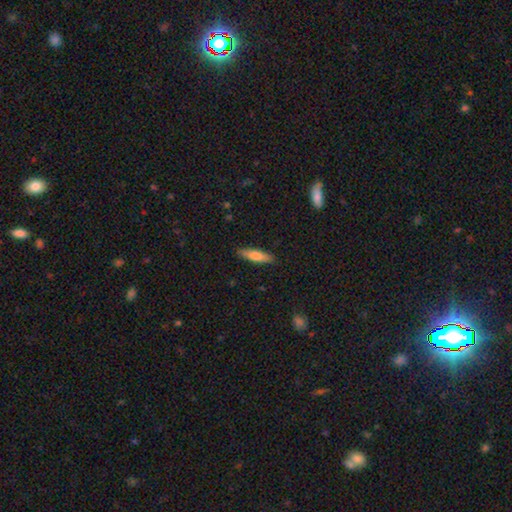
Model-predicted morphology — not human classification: Smooth or featured?
  - smooth: 71% *
  - featured or disk: 23%
  - star or artifact: 6%
How rounded?
  - cigar-shaped: 70% *
  - in between: 29%
  - round: 2%
Merging?
  - none: 88% *
  - minor disturbance: 9%
  - major disturbance: 2%
  - merger: 1%